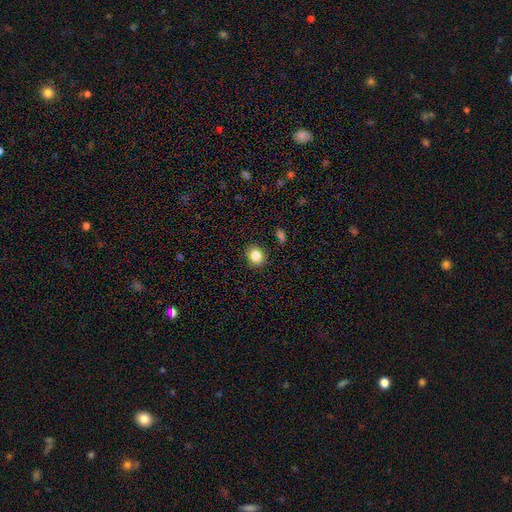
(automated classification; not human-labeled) smooth-or-featured: smooth: 85% | star or artifact: 10% | featured or disk: 5%
  how-rounded: round: 76% | in between: 24% | cigar-shaped: 1%
  merging: none: 89% | minor disturbance: 7% | major disturbance: 2% | merger: 1%